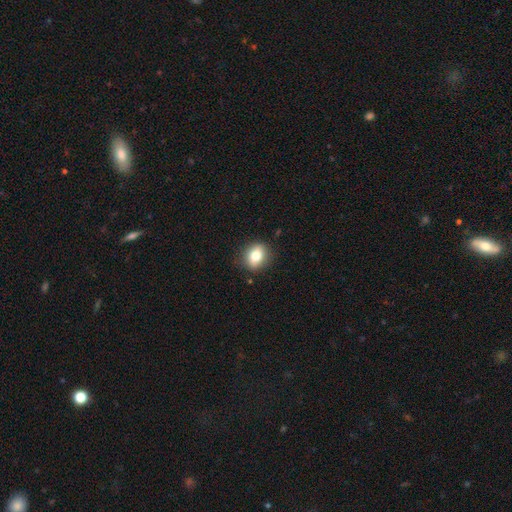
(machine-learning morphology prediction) The model was most divided on "how rounded": in between: 50%, round: 49%, cigar-shaped: 2%. More confident: merging — none (86%); smooth or featured — smooth (79%).